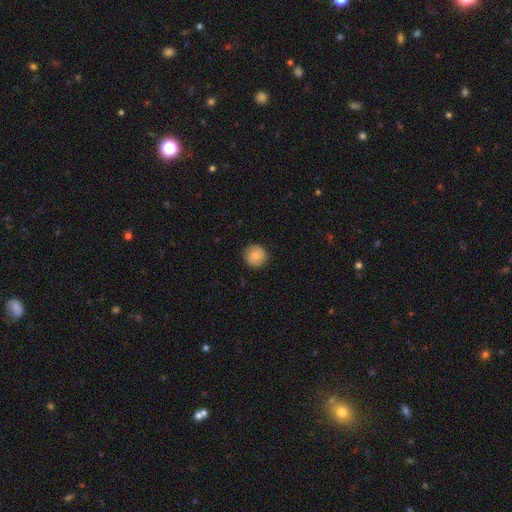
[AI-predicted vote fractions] Smooth or featured: smooth — 81% (featured or disk — 11%)
How rounded: round — 94% (in between — 6%)
Merging: none — 89% (minor disturbance — 8%)